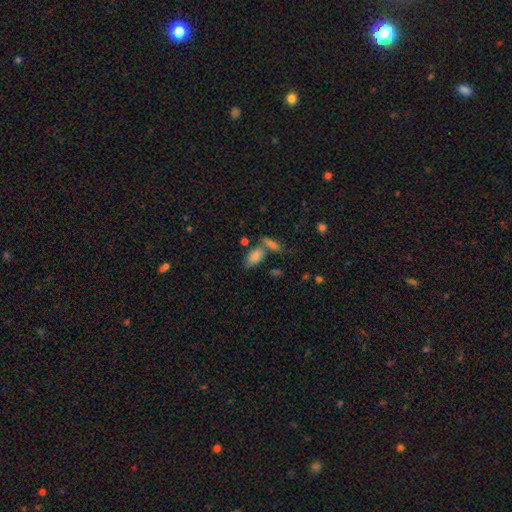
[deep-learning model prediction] A smooth galaxy with no disk features (83%) that is in between round and cigar-shaped (89%).

Vote fractions:
- Smooth or featured? smooth: 83% / featured or disk: 9% / star or artifact: 8%
- How rounded? in between: 89% / cigar-shaped: 7% / round: 4%
- Merging? none: 50% / merger: 32% / minor disturbance: 13% / major disturbance: 5%